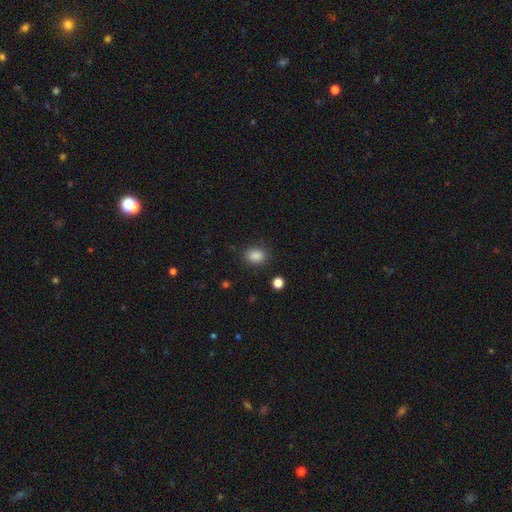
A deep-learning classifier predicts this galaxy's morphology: A smooth galaxy with no disk features (87%) that is in between round and cigar-shaped (59%).

Vote fractions:
- Smooth or featured? smooth: 87% / star or artifact: 10% / featured or disk: 3%
- How rounded? in between: 59% / round: 40% / cigar-shaped: 1%
- Merging? none: 85% / minor disturbance: 10% / major disturbance: 3% / merger: 2%